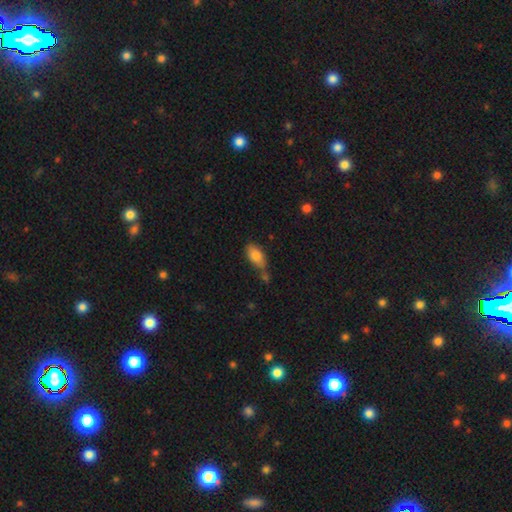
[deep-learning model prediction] smooth 82%, featured or disk 11%, star or artifact 8%. Down the decision tree: how rounded — in between (90%); merging — none (48%).